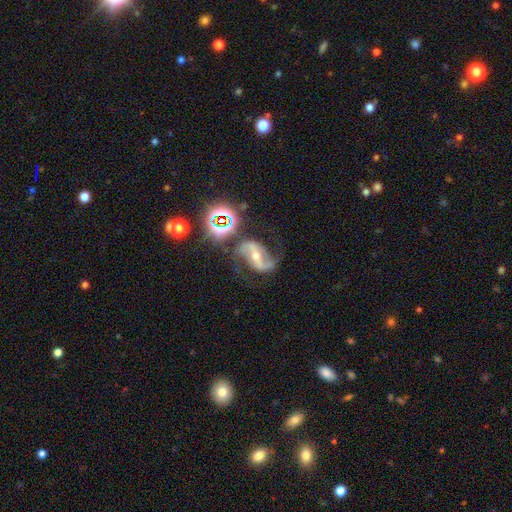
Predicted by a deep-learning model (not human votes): Morphology: type=featured or disk (81%); edge-on=no (96%); bar=strong (52%); spiral arms=yes (95%); winding=loose (49%); arm count=2 (90%); bulge=small (50%); merging=none (65%).